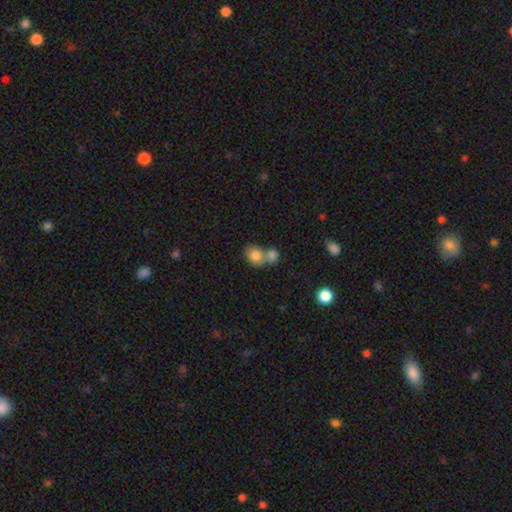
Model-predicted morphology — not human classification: Smooth or featured: smooth — 81% (featured or disk — 10%)
How rounded: round — 61% (in between — 38%)
Merging: merger — 60% (none — 30%)